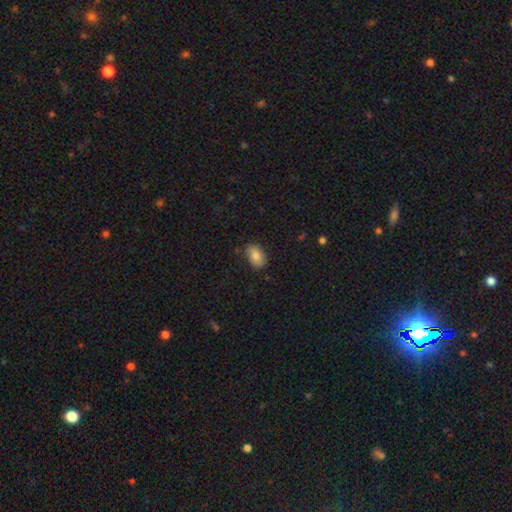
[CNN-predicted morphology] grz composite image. It shows a smooth galaxy with no disk features (83%) that is in between round and cigar-shaped (90%). Merging: none (81%).